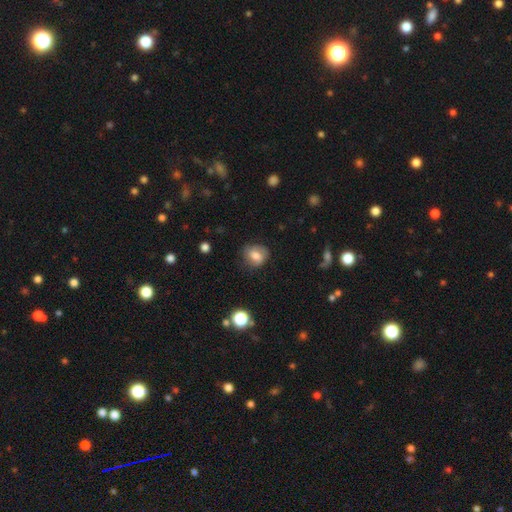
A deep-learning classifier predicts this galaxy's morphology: smooth 71%, featured or disk 19%, star or artifact 10%. Down the decision tree: how rounded — round (68%); merging — none (73%).